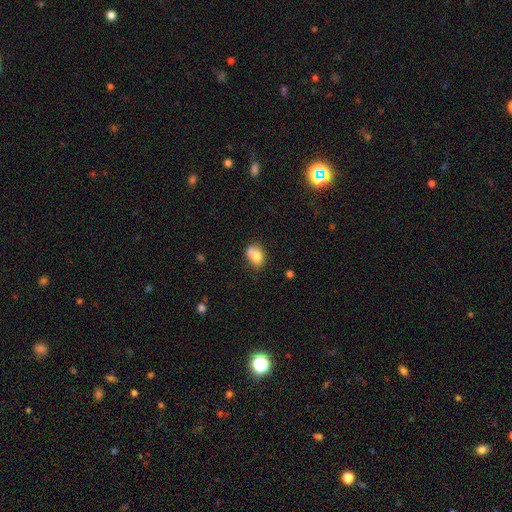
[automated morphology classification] The model was most divided on "merging": none: 48%, minor disturbance: 24%, merger: 21%, major disturbance: 7%. More confident: smooth or featured — smooth (76%); how rounded — in between (72%).